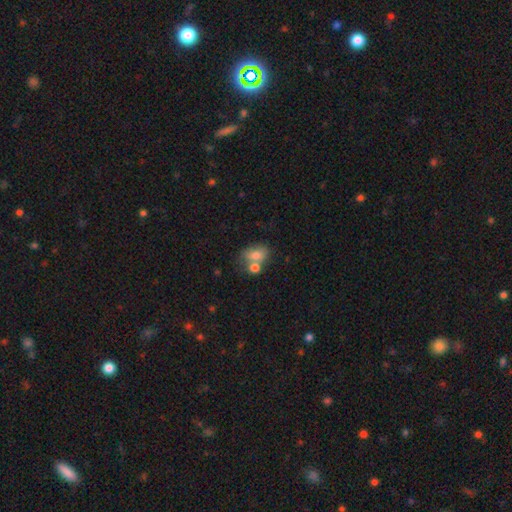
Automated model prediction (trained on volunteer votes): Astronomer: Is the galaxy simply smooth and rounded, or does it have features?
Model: smooth — 72%.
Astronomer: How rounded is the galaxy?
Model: in between — 72%.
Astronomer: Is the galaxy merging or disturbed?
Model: merger — 45% (runner-up: none, 34%).